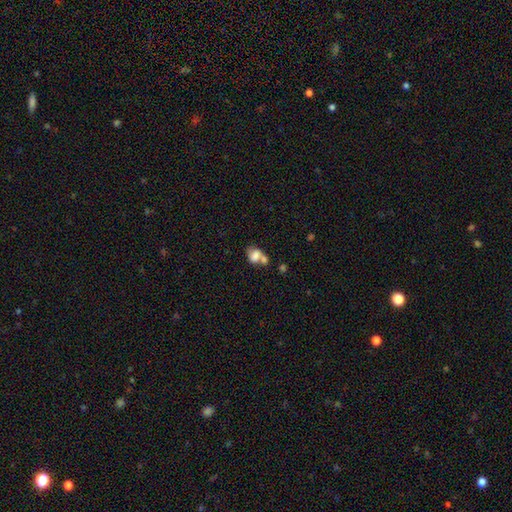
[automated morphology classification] smooth_or_featured: smooth (p=0.63) [alt: featured or disk p=0.26]
how_rounded: in between (p=0.69) [alt: round p=0.30]
merging: merger (p=0.54) [alt: none p=0.24]